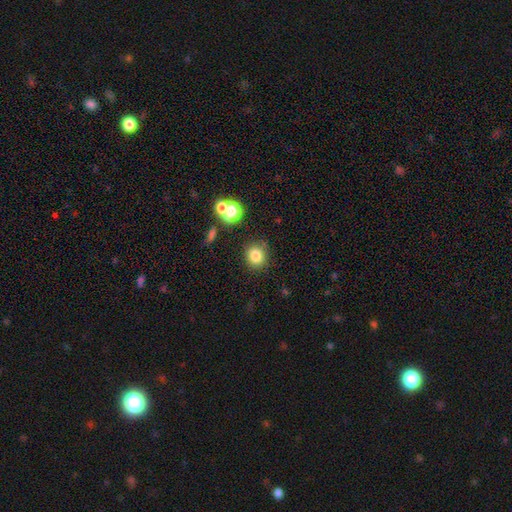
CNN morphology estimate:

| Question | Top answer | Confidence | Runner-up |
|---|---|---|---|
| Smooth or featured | smooth | 80% | star or artifact (13%) |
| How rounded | round | 82% | in between (17%) |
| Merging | none | 82% | minor disturbance (10%) |